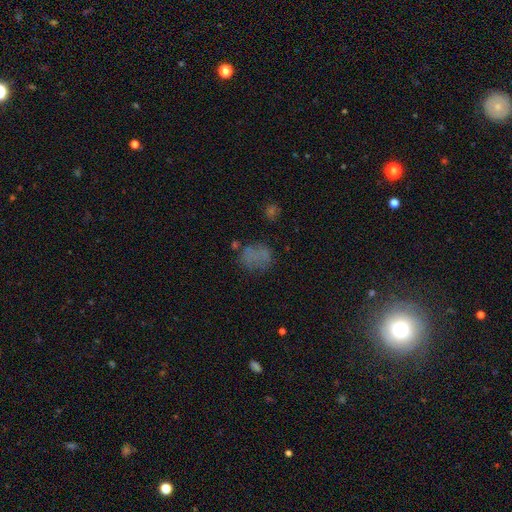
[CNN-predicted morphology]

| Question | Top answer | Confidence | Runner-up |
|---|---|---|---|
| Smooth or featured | smooth | 59% | star or artifact (24%) |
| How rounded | in between | 51% | round (47%) |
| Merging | none | 59% | minor disturbance (21%) |